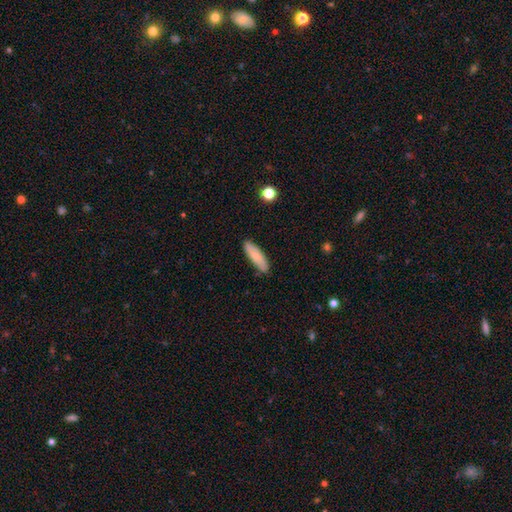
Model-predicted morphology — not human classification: This is clearly a smooth galaxy (81%). How rounded: likely cigar-shaped (61%). Merging: clearly none (85%).